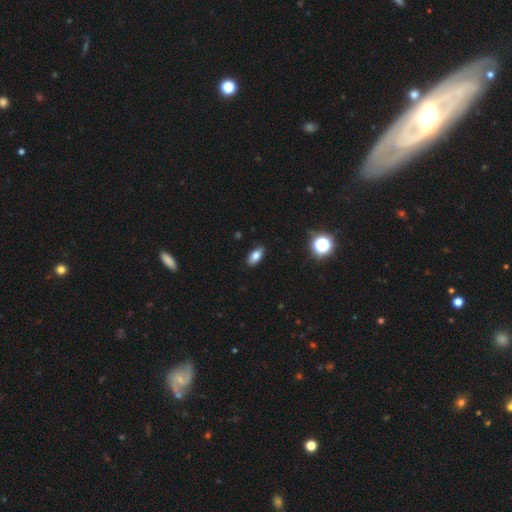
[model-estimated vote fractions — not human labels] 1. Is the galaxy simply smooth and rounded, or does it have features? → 80% smooth, 10% star or artifact, 9% featured or disk.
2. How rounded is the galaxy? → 88% in between, 7% cigar-shaped, 5% round.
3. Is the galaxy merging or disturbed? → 89% none, 8% minor disturbance, 2% major disturbance, 1% merger.